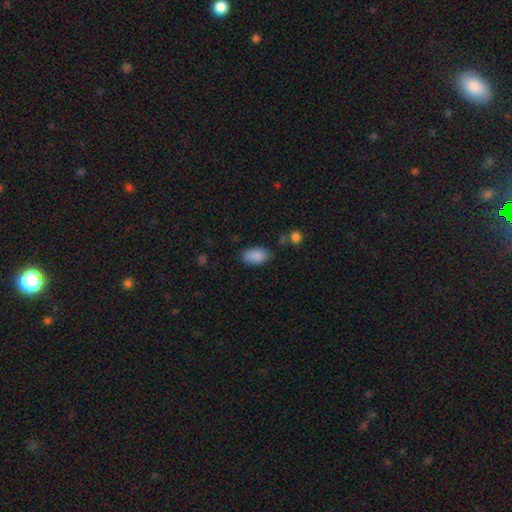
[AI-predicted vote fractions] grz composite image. It shows a smooth galaxy with no disk features (88%) that is in between round and cigar-shaped (93%). Merging: none (74%).